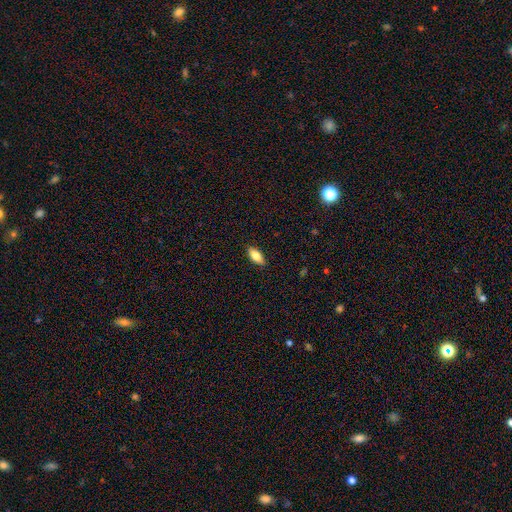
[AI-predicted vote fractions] Smooth or featured? Predicted: smooth (p=0.77). How rounded? Predicted: in between (p=0.83). Merging? Predicted: none (p=0.88).